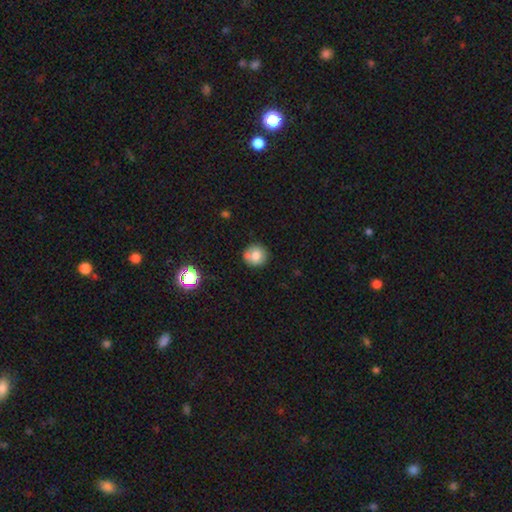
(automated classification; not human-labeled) This is likely a smooth galaxy (76%). How rounded: clearly round (91%). Merging: likely none (69%).